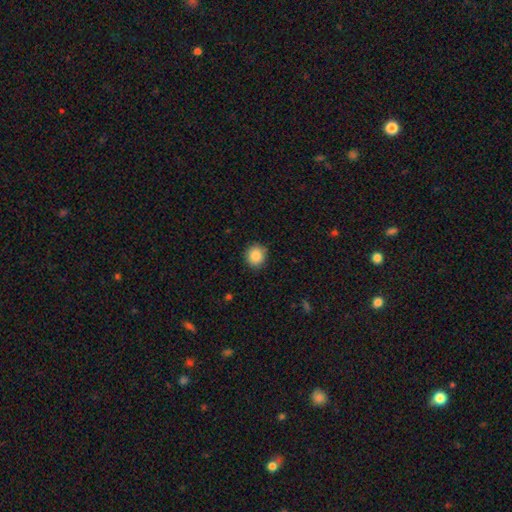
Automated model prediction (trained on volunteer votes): smooth_or_featured: smooth (p=0.87) [alt: star or artifact p=0.09]
how_rounded: round (p=0.87) [alt: in between p=0.12]
merging: none (p=0.88) [alt: minor disturbance p=0.09]